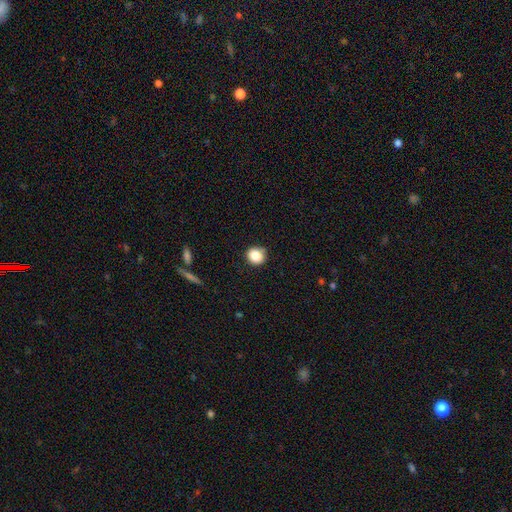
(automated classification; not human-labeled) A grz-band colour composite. It shows a smooth galaxy with no disk features (85%) that is round (86%). Merging: none (84%).